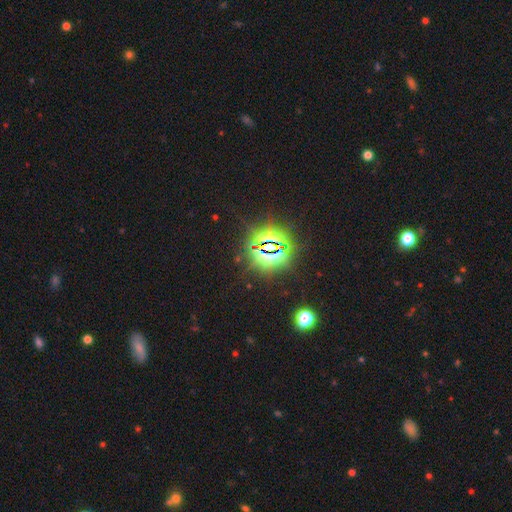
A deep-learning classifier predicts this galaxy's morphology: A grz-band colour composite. It shows a star or artifact, not a galaxy (84%).